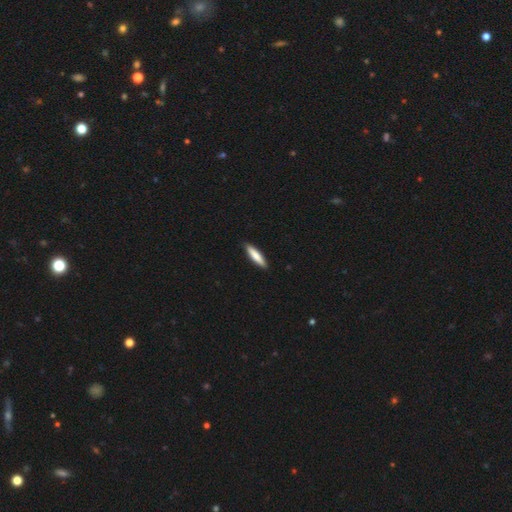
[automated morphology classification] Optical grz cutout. It shows a smooth galaxy with no disk features (78%) that is cigar-shaped (81%). Merging: none (89%).